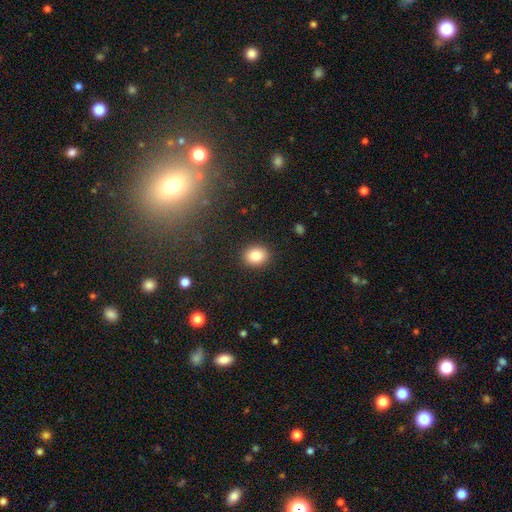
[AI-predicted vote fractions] The model was most divided on "how rounded": round: 66%, in between: 33%, cigar-shaped: 1%. More confident: merging — none (90%); smooth or featured — smooth (83%).